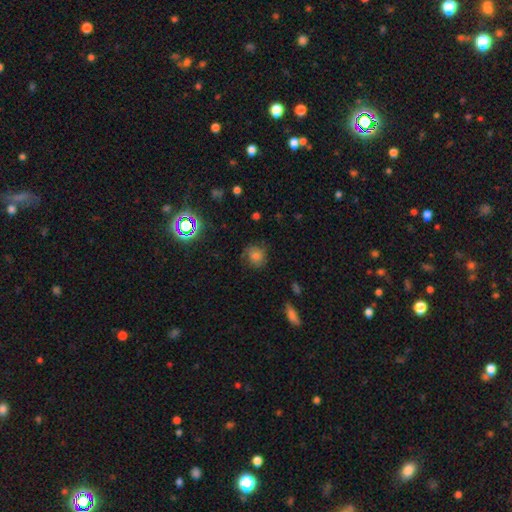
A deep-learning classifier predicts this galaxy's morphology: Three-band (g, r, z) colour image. It shows a smooth galaxy with no disk features (64%) that is round (83%). Merging: none (71%).